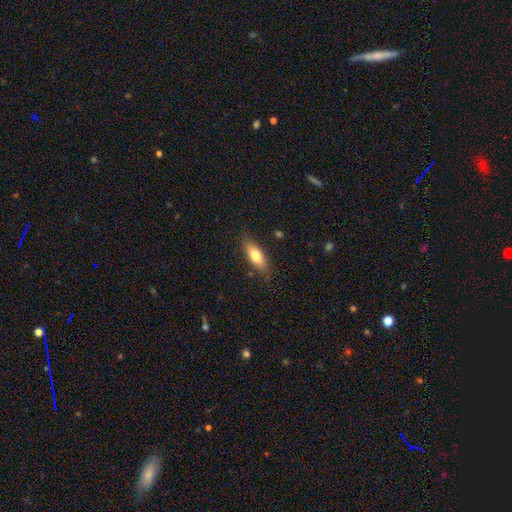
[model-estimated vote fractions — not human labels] Smooth or featured: smooth — 74% (featured or disk — 20%)
How rounded: in between — 70% (cigar-shaped — 27%)
Merging: none — 82% (minor disturbance — 14%)